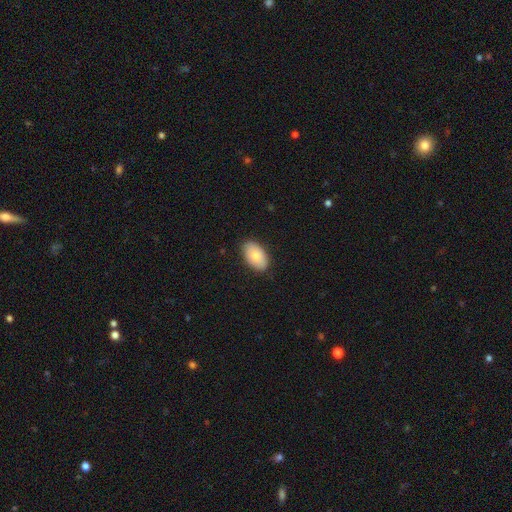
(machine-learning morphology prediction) The model was most divided on "smooth or featured": smooth: 78%, featured or disk: 15%, star or artifact: 6%. More confident: how rounded — in between (93%); merging — none (86%).